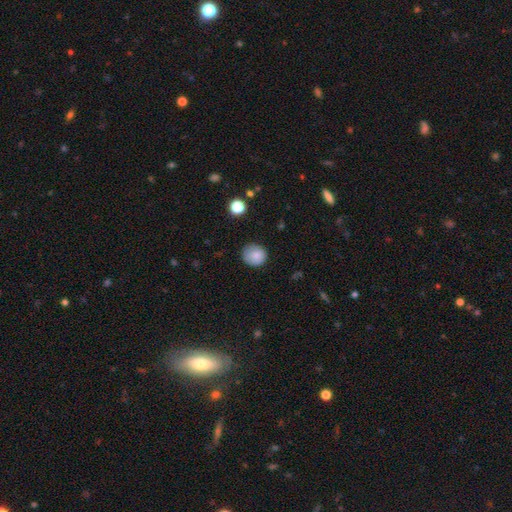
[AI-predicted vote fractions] This is clearly a smooth galaxy (84%). How rounded: clearly round (87%). Merging: likely none (80%).